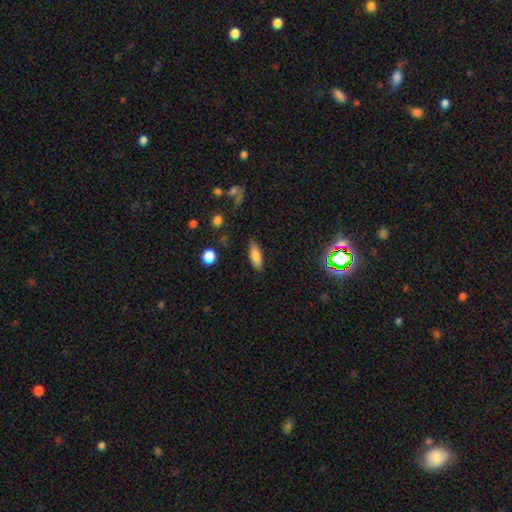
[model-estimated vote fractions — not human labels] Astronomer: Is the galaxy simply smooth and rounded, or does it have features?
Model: smooth — 78%.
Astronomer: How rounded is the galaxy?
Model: in between — 71%.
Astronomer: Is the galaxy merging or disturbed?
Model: none — 83%.